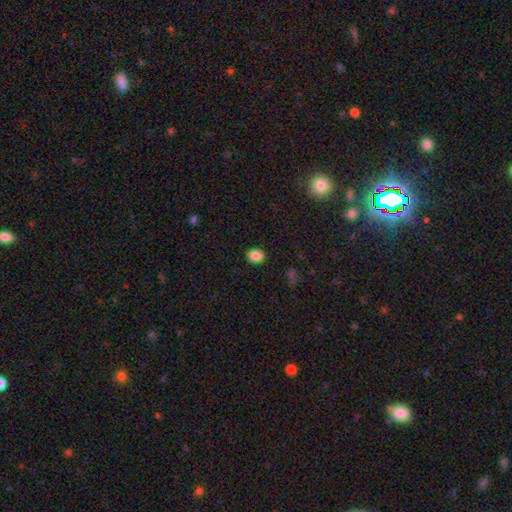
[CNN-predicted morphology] This appears to be a smooth galaxy with no disk features (86%) that is in between round and cigar-shaped (58%). Merging: none (90%).